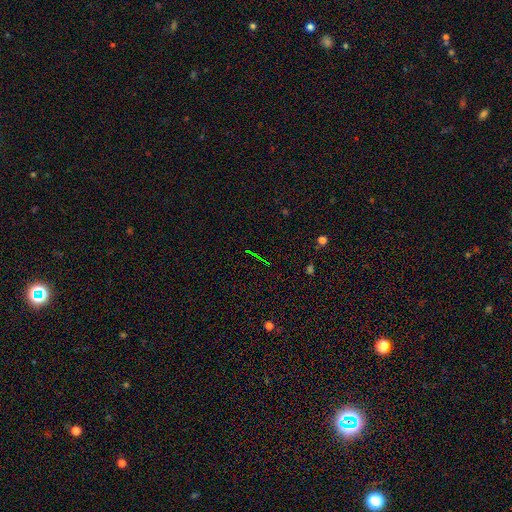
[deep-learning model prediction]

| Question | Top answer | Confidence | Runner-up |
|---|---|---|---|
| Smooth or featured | star or artifact | 74% | smooth (14%) |